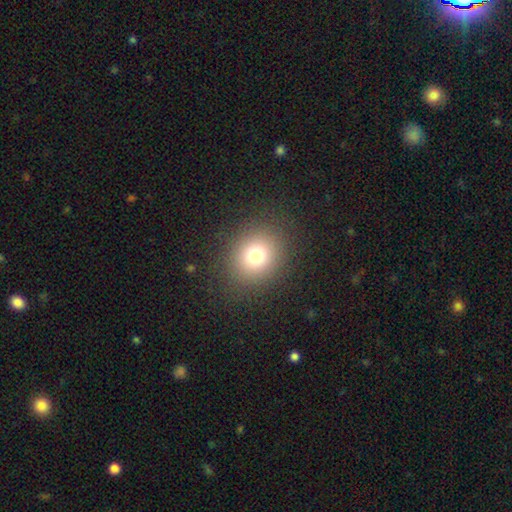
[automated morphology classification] This appears to be a smooth galaxy with no disk features (75%) that is round (75%). Merging: none (87%).